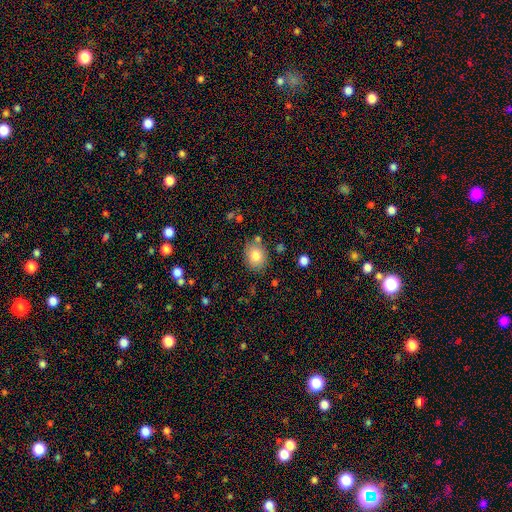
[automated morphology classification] Q: Smooth or featured?
A: smooth (81%); runner-up: featured or disk (10%)
Q: How rounded?
A: round (51%); runner-up: in between (48%)
Q: Merging?
A: none (78%); runner-up: minor disturbance (13%)